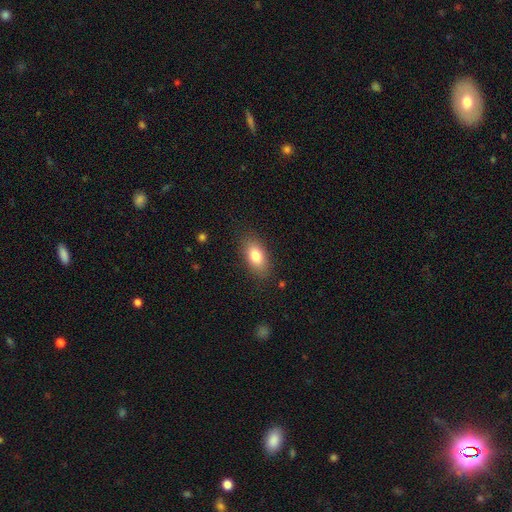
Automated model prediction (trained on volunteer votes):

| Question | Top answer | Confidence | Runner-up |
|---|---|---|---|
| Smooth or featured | smooth | 80% | featured or disk (12%) |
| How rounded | in between | 88% | cigar-shaped (6%) |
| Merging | none | 85% | minor disturbance (11%) |